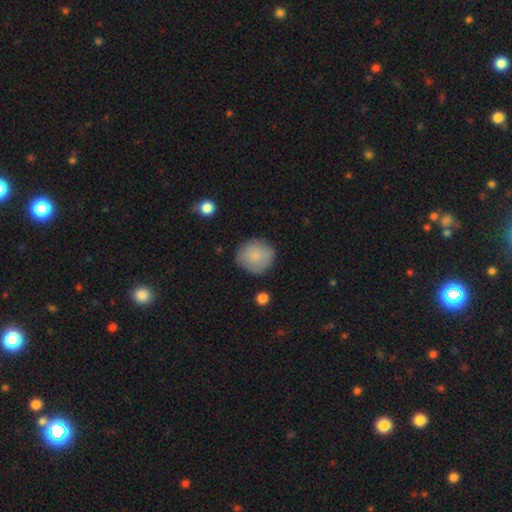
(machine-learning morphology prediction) A smooth galaxy with no disk features (79%) that is round (84%).

Vote fractions:
- Smooth or featured? smooth: 79% / featured or disk: 14% / star or artifact: 7%
- How rounded? round: 84% / in between: 15% / cigar-shaped: 1%
- Merging? none: 79% / minor disturbance: 16% / major disturbance: 4% / merger: 2%